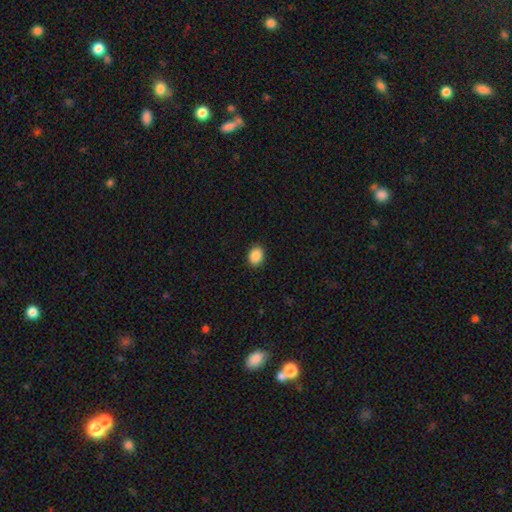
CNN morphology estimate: A smooth galaxy with no disk features (89%) that is in between round and cigar-shaped (55%). Merging: none (91%).